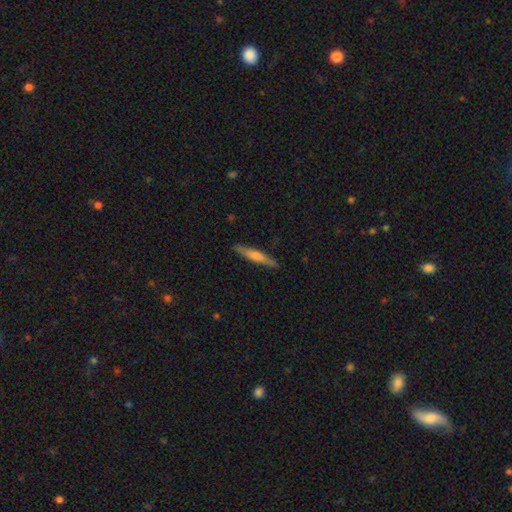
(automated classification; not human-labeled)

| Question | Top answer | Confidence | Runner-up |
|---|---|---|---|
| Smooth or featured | smooth | 53% | featured or disk (41%) |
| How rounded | cigar-shaped | 92% | in between (6%) |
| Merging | none | 89% | minor disturbance (8%) |